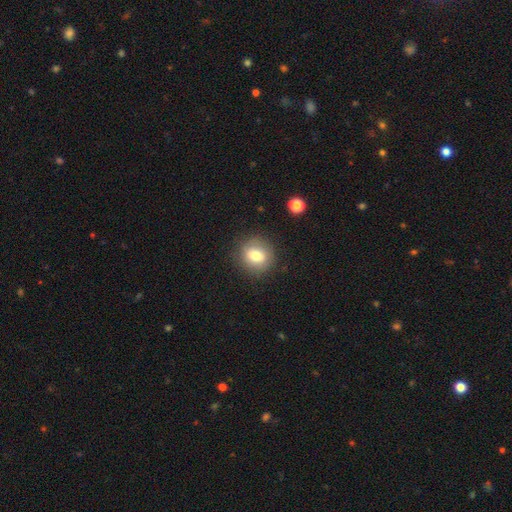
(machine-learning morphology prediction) A smooth galaxy with no disk features (75%) that is round (78%).

Vote fractions:
- Smooth or featured? smooth: 75% / featured or disk: 15% / star or artifact: 10%
- How rounded? round: 78% / in between: 21% / cigar-shaped: 1%
- Merging? none: 84% / minor disturbance: 11% / major disturbance: 4% / merger: 1%